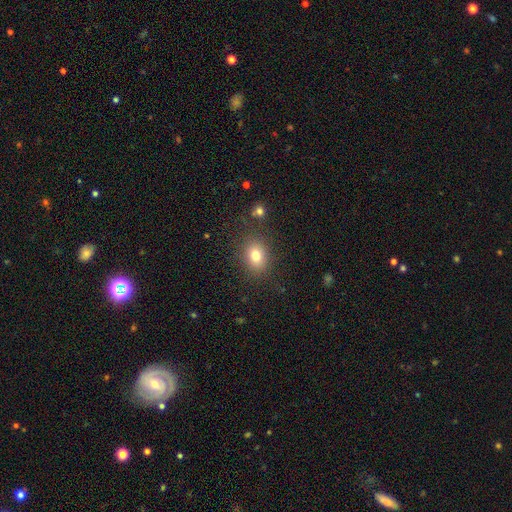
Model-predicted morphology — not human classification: Smooth or featured?
  - smooth: 78% *
  - star or artifact: 12%
  - featured or disk: 9%
How rounded?
  - in between: 52% *
  - round: 47%
  - cigar-shaped: 1%
Merging?
  - none: 84% *
  - minor disturbance: 10%
  - major disturbance: 4%
  - merger: 2%